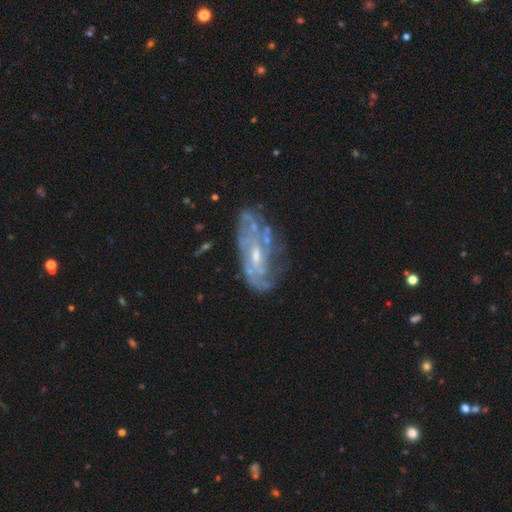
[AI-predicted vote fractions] This appears to be a featured or disk galaxy (80%) with no bar (49%), tight (49%) spiral arms (81%) and a small central bulge (54%). Merging: none (65%).